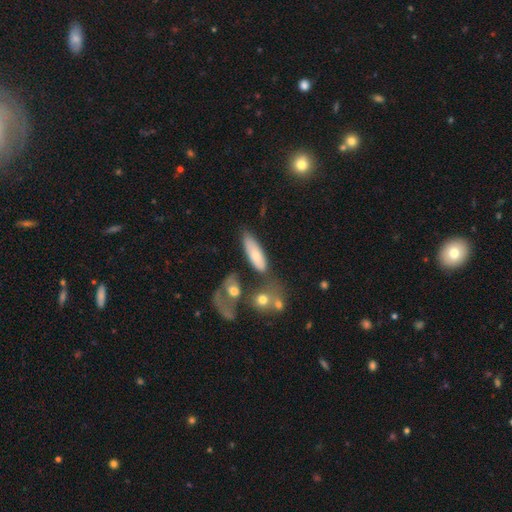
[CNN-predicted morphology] A smooth galaxy with no disk features (71%) that is in between round and cigar-shaped (60%). Merging: none (60%).